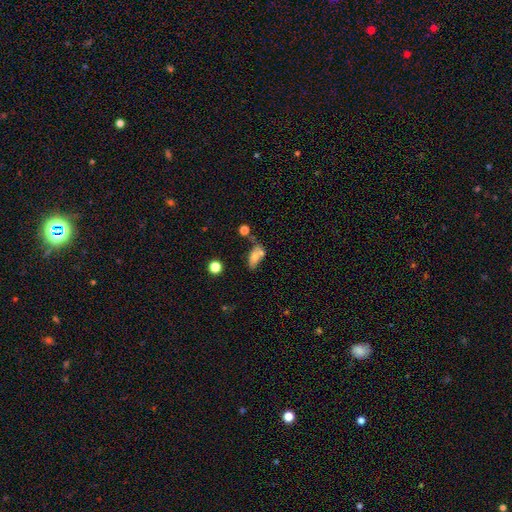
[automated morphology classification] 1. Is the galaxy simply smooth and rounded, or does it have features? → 70% smooth, 19% featured or disk, 11% star or artifact.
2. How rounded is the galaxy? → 81% in between, 12% cigar-shaped, 7% round.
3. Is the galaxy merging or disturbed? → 37% none, 30% merger, 20% minor disturbance, 12% major disturbance.